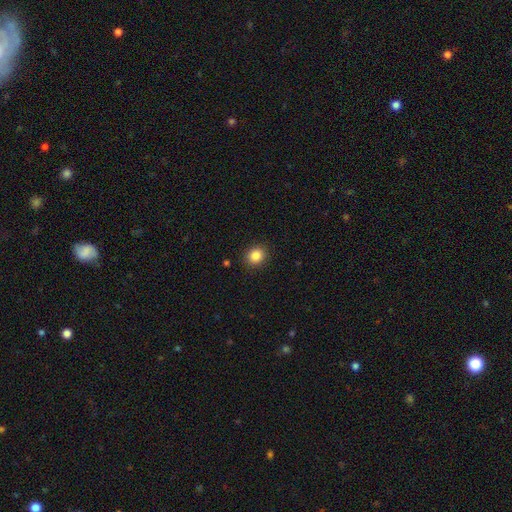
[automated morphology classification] Smooth or featured?
  - smooth: 85% *
  - star or artifact: 10%
  - featured or disk: 5%
How rounded?
  - round: 76% *
  - in between: 23%
  - cigar-shaped: 1%
Merging?
  - none: 90% *
  - minor disturbance: 7%
  - major disturbance: 2%
  - merger: 1%